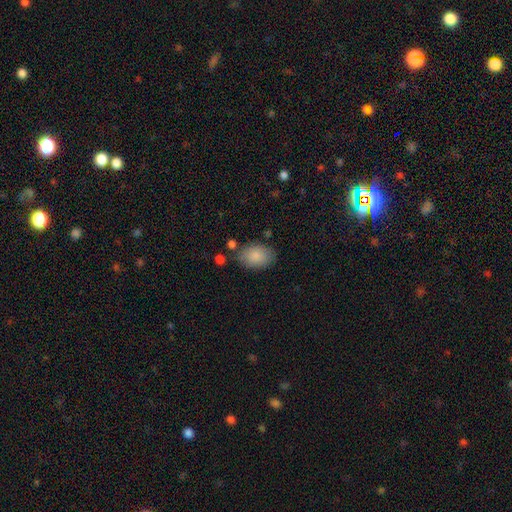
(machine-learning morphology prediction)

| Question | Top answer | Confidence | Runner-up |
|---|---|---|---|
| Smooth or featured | smooth | 86% | featured or disk (7%) |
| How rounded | in between | 88% | round (11%) |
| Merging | none | 76% | minor disturbance (16%) |